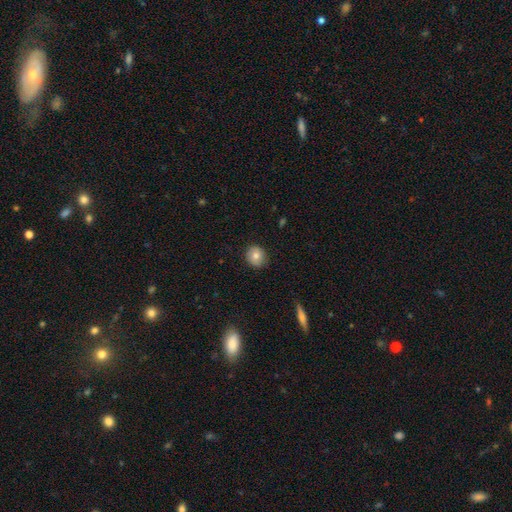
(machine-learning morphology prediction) type=smooth (77%); roundness=round (81%); merging=none (85%).